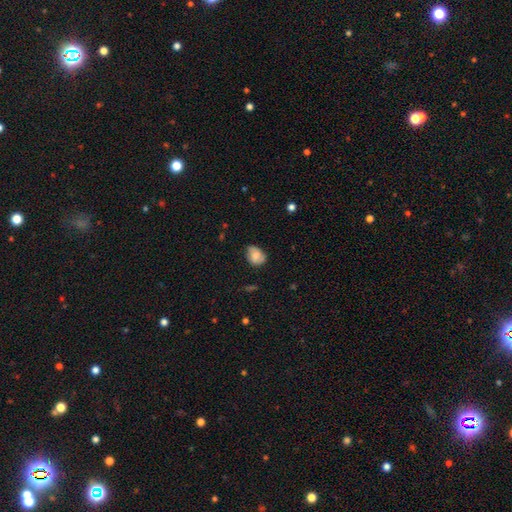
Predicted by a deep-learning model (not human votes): Morphology: type=smooth (69%); roundness=in between (58%); merging=none (61%).